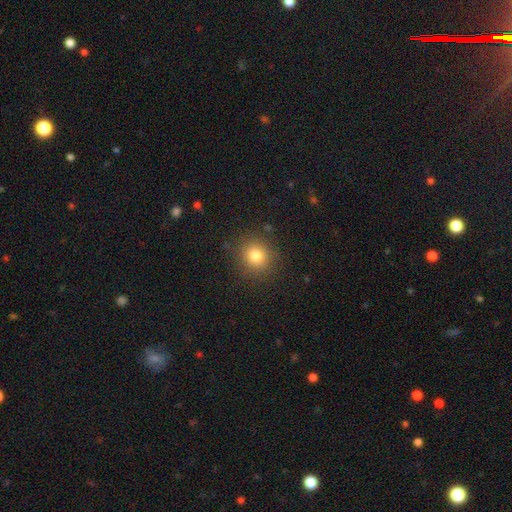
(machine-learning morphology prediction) smooth_or_featured: smooth (p=0.80) [alt: star or artifact p=0.13]
how_rounded: round (p=0.88) [alt: in between p=0.11]
merging: none (p=0.88) [alt: minor disturbance p=0.08]